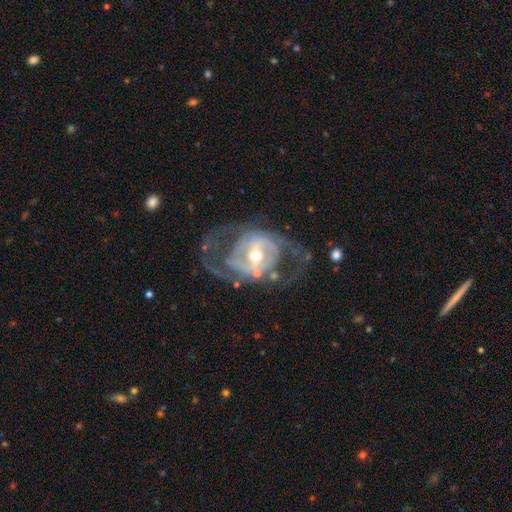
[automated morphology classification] Q: Smooth or featured?
A: featured or disk (86%); runner-up: smooth (9%)
Q: Edge-on disk?
A: no (96%); runner-up: yes (4%)
Q: Bar?
A: weak (40%); runner-up: strong (33%)
Q: Spiral arms?
A: yes (81%); runner-up: no (19%)
Q: Spiral winding?
A: medium (48%); runner-up: tight (27%)
Q: Spiral arm count?
A: 2 (73%); runner-up: can't tell (14%)
Q: Bulge size?
A: moderate (66%); runner-up: small (25%)
Q: Merging?
A: none (59%); runner-up: major disturbance (22%)